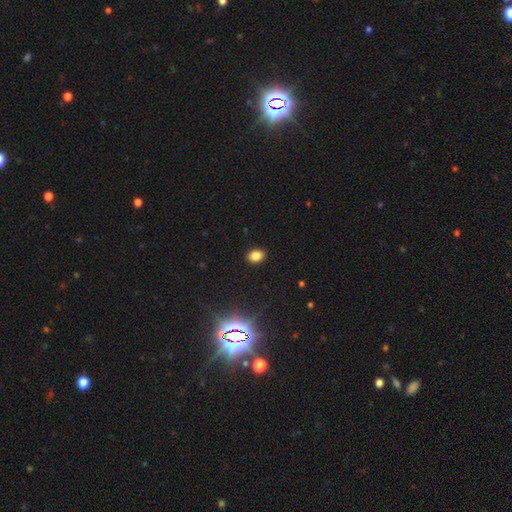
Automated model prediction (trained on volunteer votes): Overall: smooth (83%). How rounded: in between (67%; round 32%). Merging: none (90%).